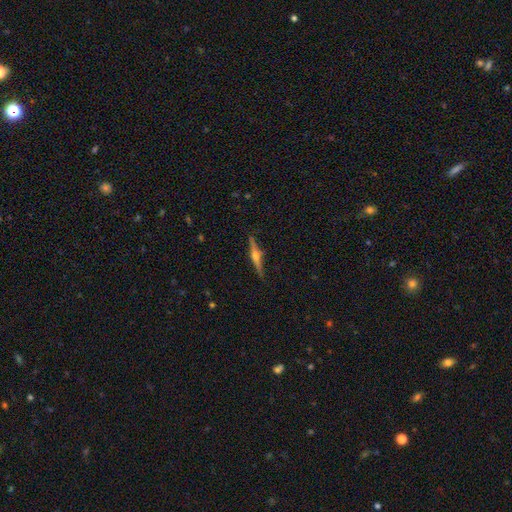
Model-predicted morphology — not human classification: Overall: featured or disk (79%). Edge-on disk: yes (98%). Edge-on bulge: rounded (94%). Merging: none (88%).